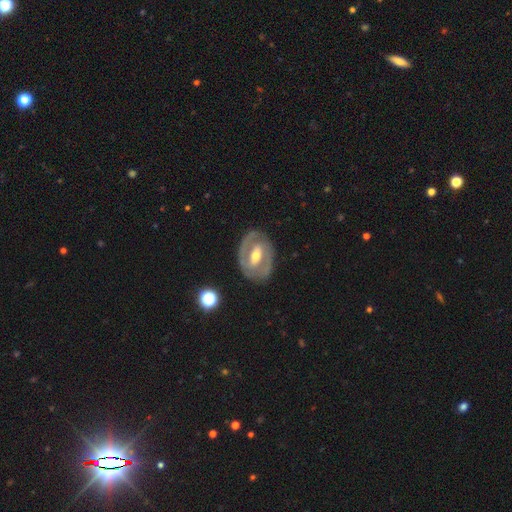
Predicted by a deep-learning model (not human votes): Morphology: type=featured or disk (83%); edge-on=no (96%); bar=strong (44%); spiral arms=yes (80%); winding=tight (52%); arm count=2 (82%); bulge=moderate (66%); merging=none (82%).